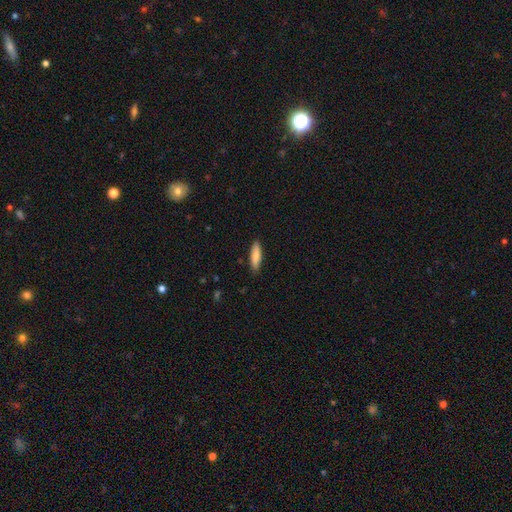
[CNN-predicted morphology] Smooth or featured? smooth (82%)
How rounded? cigar-shaped (62%)
Merging? none (88%)